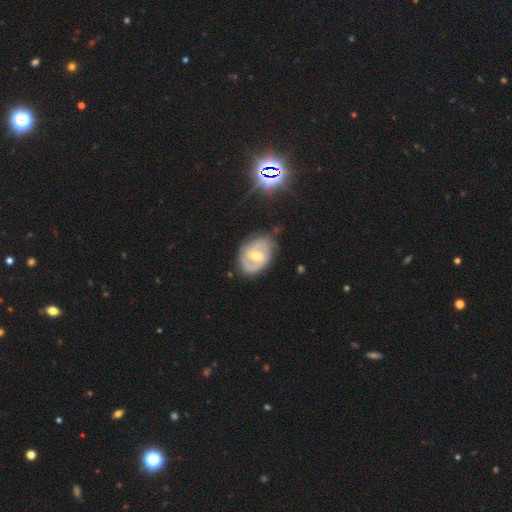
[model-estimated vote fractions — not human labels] A featured or disk galaxy (78%) with a weak bar (57%), 2 (75%) medium (44%) spiral arms (90%) and a moderate central bulge (59%).

Vote fractions:
- Smooth or featured? featured or disk: 78% / smooth: 16% / star or artifact: 6%
- Edge-on disk? no: 97% / yes: 3%
- Bar? weak: 57% / no: 22% / strong: 21%
- Spiral arms? yes: 90% / no: 10%
- Spiral winding? medium: 44% / tight: 37% / loose: 18%
- Spiral arm count? 2: 75% / can't tell: 14% / 3: 5% / 1: 4% / 4: 1% / more than 4: 1%
- Bulge size? moderate: 59% / small: 37% / large: 2% / none: 1% / dominant: 1%
- Merging? none: 72% / minor disturbance: 20% / major disturbance: 6% / merger: 2%